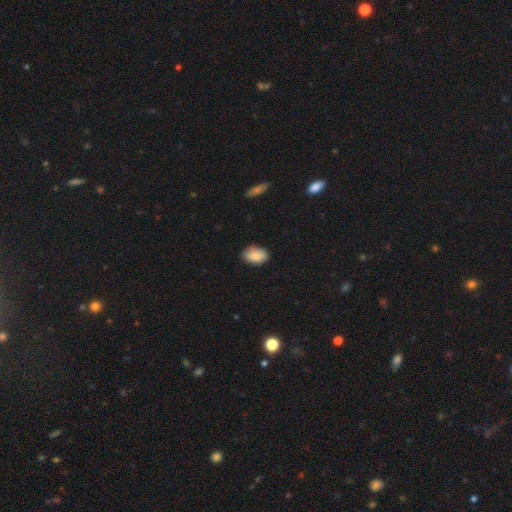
Smooth or featured?
  - smooth: 95% *
  - star or artifact: 5%
  - featured or disk: 0%
How rounded?
  - in between: 89% *
  - round: 11%
  - cigar-shaped: 0%
Merging?
  - none: 84% *
  - minor disturbance: 14%
  - merger: 3%
  - major disturbance: 0%